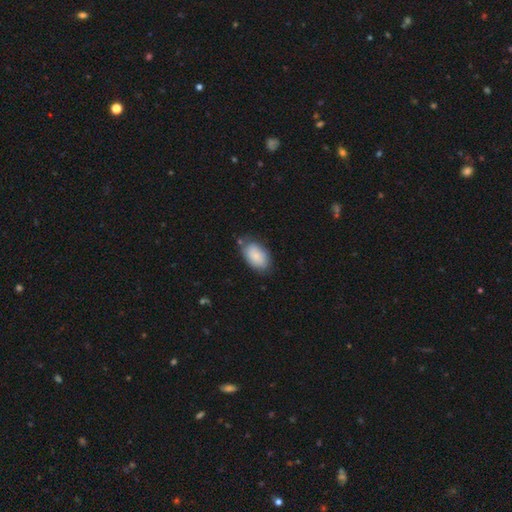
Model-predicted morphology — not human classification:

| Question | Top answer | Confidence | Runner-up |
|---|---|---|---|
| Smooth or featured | smooth | 83% | featured or disk (10%) |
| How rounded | in between | 92% | round (6%) |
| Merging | none | 70% | minor disturbance (22%) |